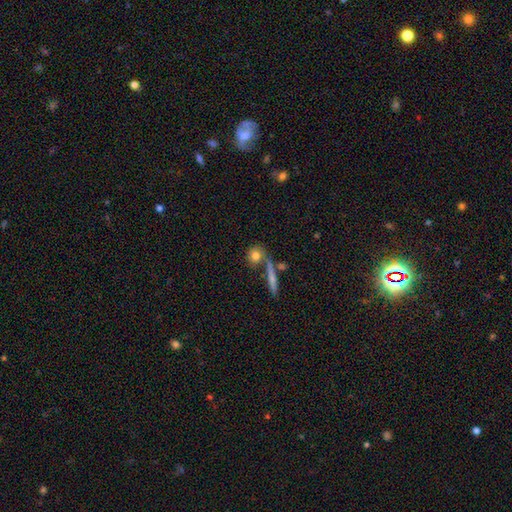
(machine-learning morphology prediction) type=smooth (75%); roundness=round (73%); merging=none (61%).